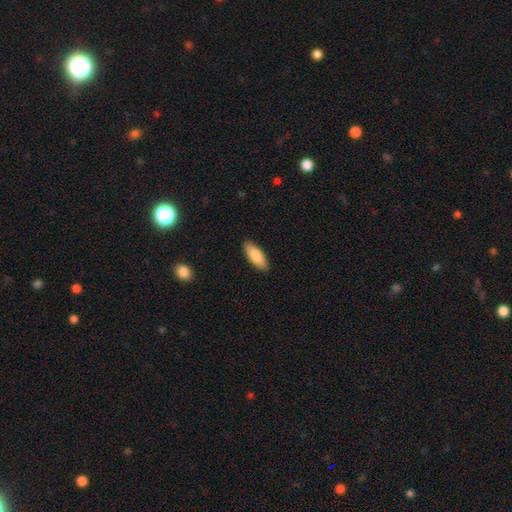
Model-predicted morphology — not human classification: Q: Smooth or featured?
A: smooth (84%); runner-up: featured or disk (11%)
Q: How rounded?
A: in between (75%); runner-up: cigar-shaped (23%)
Q: Merging?
A: none (88%); runner-up: minor disturbance (9%)